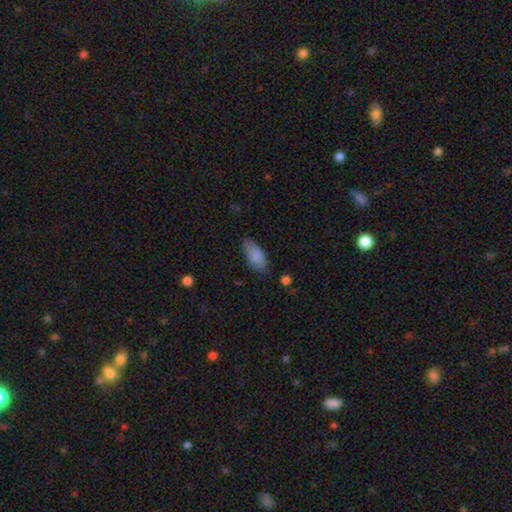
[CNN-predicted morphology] Q: Smooth or featured?
A: smooth (86%); runner-up: featured or disk (7%)
Q: How rounded?
A: in between (89%); runner-up: cigar-shaped (9%)
Q: Merging?
A: none (70%); runner-up: minor disturbance (23%)